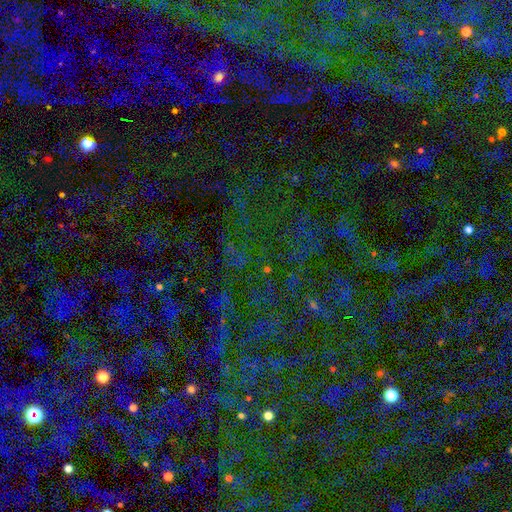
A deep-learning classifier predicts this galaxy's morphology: Overall: star or artifact (75%).